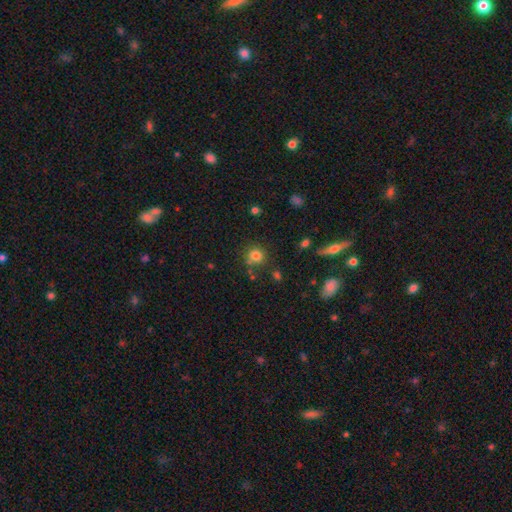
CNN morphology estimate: This appears to be a smooth galaxy with no disk features (79%) that is round (89%). Merging: none (74%).